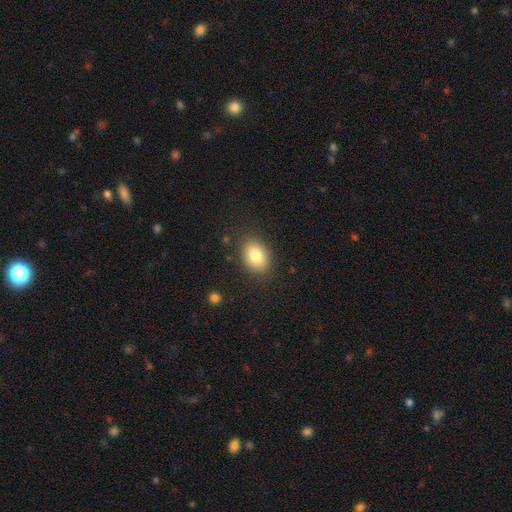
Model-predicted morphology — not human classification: The model was most divided on "how rounded": in between: 79%, round: 20%, cigar-shaped: 1%. More confident: merging — none (84%); smooth or featured — smooth (82%).